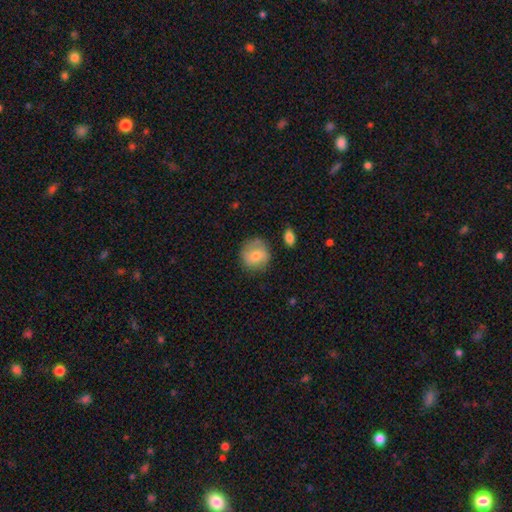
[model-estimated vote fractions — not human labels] A smooth galaxy with no disk features (74%) that is round (88%).

Vote fractions:
- Smooth or featured? smooth: 74% / featured or disk: 19% / star or artifact: 7%
- How rounded? round: 88% / in between: 11% / cigar-shaped: 1%
- Merging? none: 74% / minor disturbance: 18% / major disturbance: 5% / merger: 3%